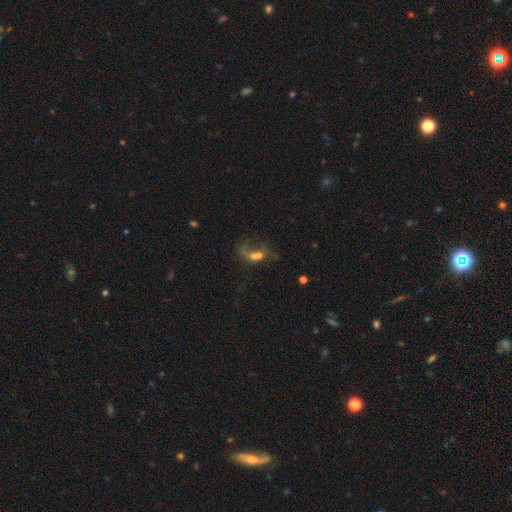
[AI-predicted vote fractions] Q: Smooth or featured?
A: featured or disk (45%); runner-up: smooth (32%)
Q: Merging?
A: major disturbance (35%); runner-up: none (30%)